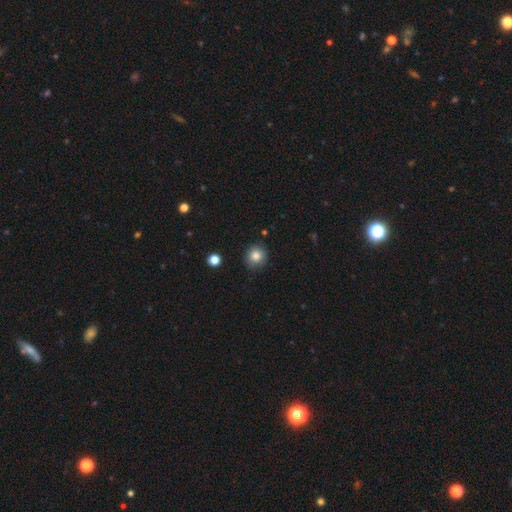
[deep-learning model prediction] Overall: smooth (83%). How rounded: round (92%). Merging: none (88%).